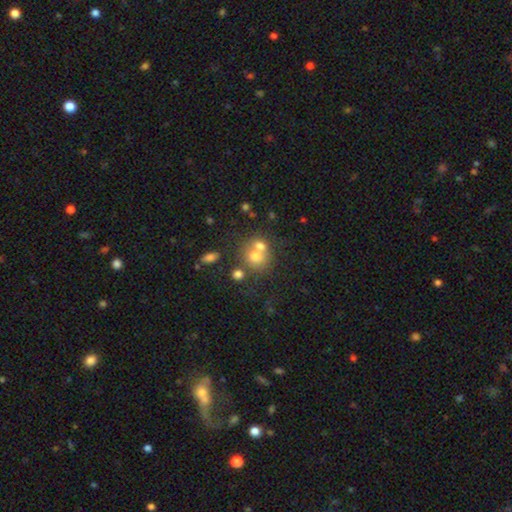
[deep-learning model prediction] Q: Smooth or featured?
A: smooth (67%); runner-up: featured or disk (20%)
Q: How rounded?
A: round (75%); runner-up: in between (24%)
Q: Merging?
A: merger (55%); runner-up: none (34%)